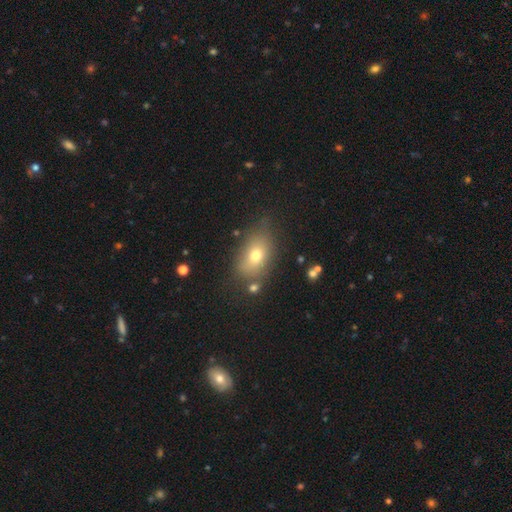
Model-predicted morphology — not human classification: This appears to be a smooth galaxy with no disk features (70%) that is in between round and cigar-shaped (80%). Merging: none (70%).